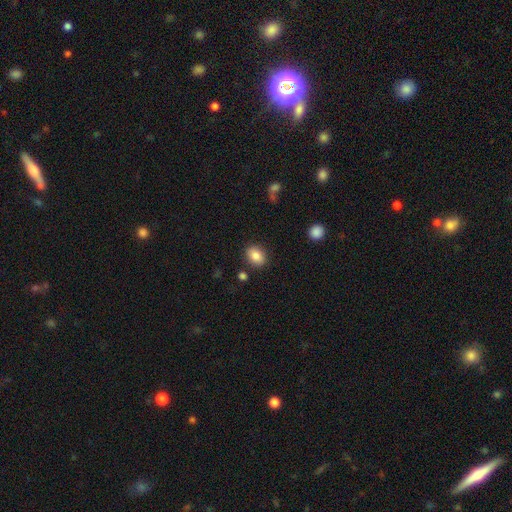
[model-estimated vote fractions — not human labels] smooth_or_featured: smooth (p=0.87) [alt: star or artifact p=0.08]
how_rounded: in between (p=0.69) [alt: round p=0.30]
merging: none (p=0.85) [alt: minor disturbance p=0.09]